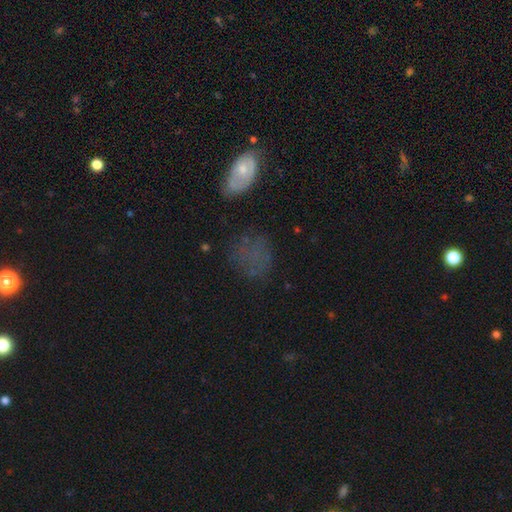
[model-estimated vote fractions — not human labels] smooth_or_featured: smooth (p=0.54) [alt: featured or disk p=0.25]
how_rounded: round (p=0.50) [alt: in between p=0.47]
merging: none (p=0.52) [alt: minor disturbance p=0.23]